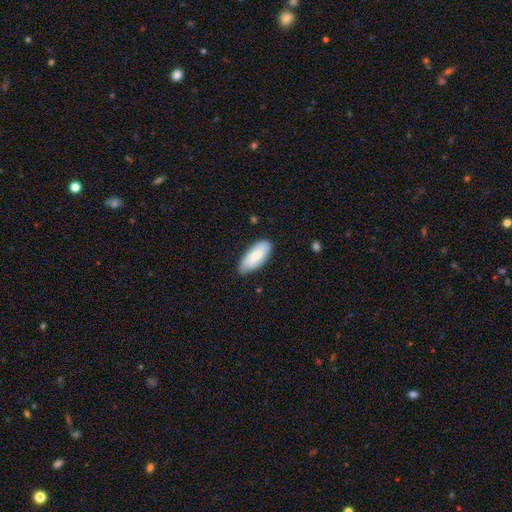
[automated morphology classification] This is likely a smooth galaxy (78%). How rounded: clearly in between (84%). Merging: likely none (76%).